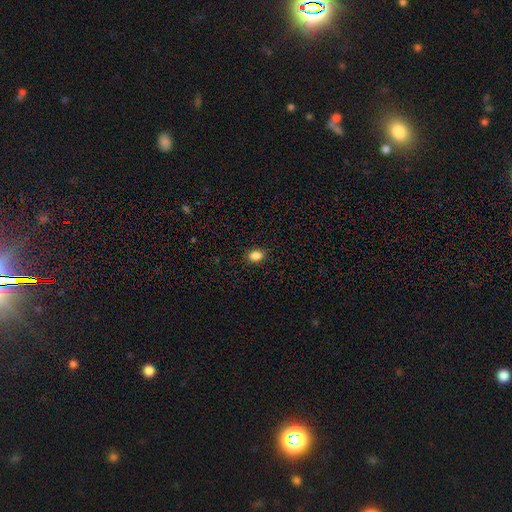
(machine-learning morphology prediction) This is clearly a smooth galaxy (86%). How rounded: likely in between (75%). Merging: clearly none (89%).